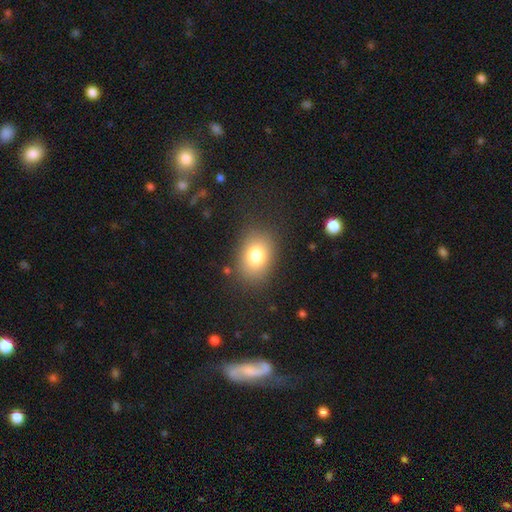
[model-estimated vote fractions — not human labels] The model was most divided on "how rounded": in between: 69%, round: 30%, cigar-shaped: 1%. More confident: merging — none (83%); smooth or featured — smooth (78%).